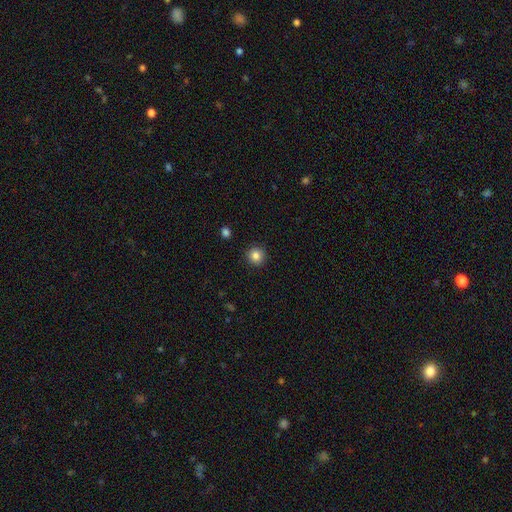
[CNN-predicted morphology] Smooth or featured? smooth (84%)
How rounded? round (94%)
Merging? none (92%)